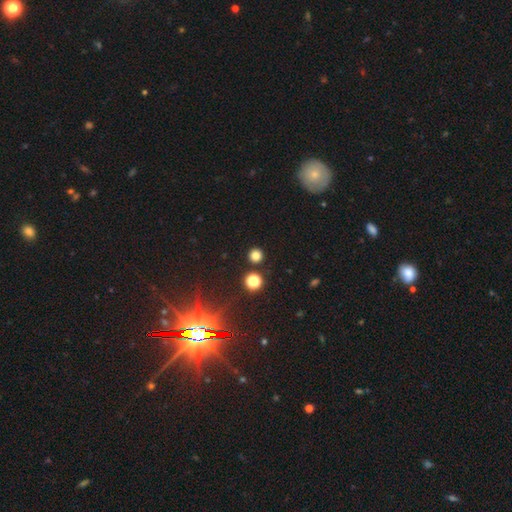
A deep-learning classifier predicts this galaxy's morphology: This is likely a smooth galaxy (78%). How rounded: clearly round (94%). Merging: clearly none (89%).